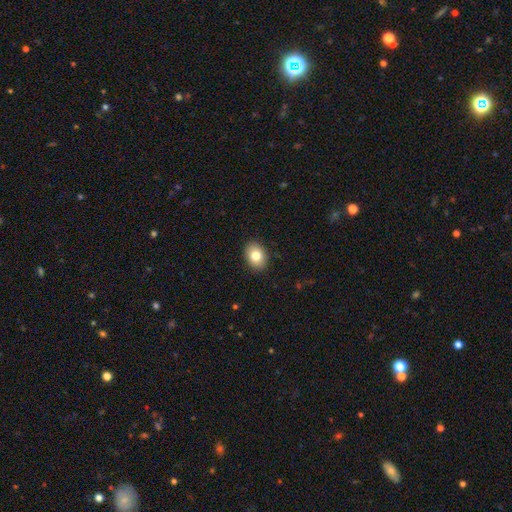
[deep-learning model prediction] Overall: smooth (81%). How rounded: in between (70%). Merging: none (89%).